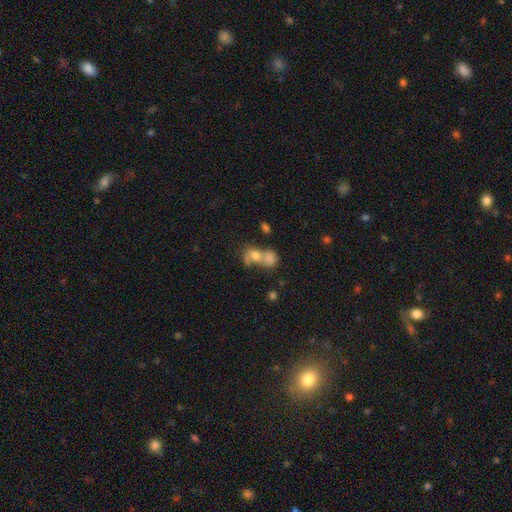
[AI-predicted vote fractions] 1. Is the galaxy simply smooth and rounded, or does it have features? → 65% smooth, 23% featured or disk, 13% star or artifact.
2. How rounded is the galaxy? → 50% in between, 48% round, 2% cigar-shaped.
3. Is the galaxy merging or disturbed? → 66% merger, 19% none, 8% major disturbance, 7% minor disturbance.